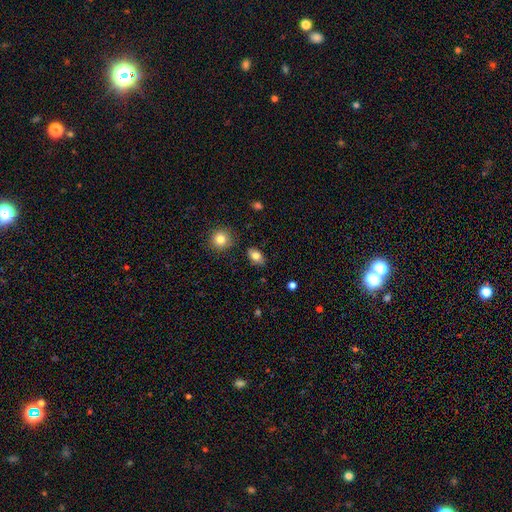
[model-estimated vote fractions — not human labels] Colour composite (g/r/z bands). It shows a smooth galaxy with no disk features (80%) that is in between round and cigar-shaped (84%). Merging: none (83%).